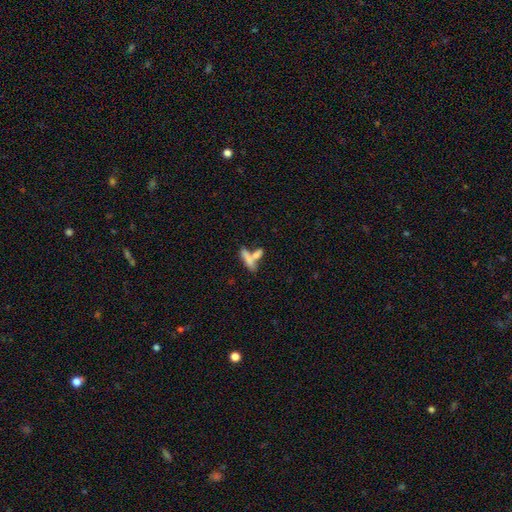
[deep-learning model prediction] A smooth galaxy with no disk features (64%) that is cigar-shaped (57%). Merging: merger (55%).